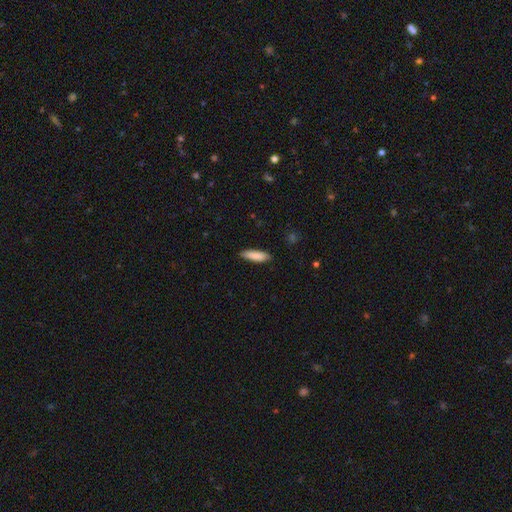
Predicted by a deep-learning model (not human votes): Smooth or featured? smooth (87%)
How rounded? cigar-shaped (63%)
Merging? none (87%)